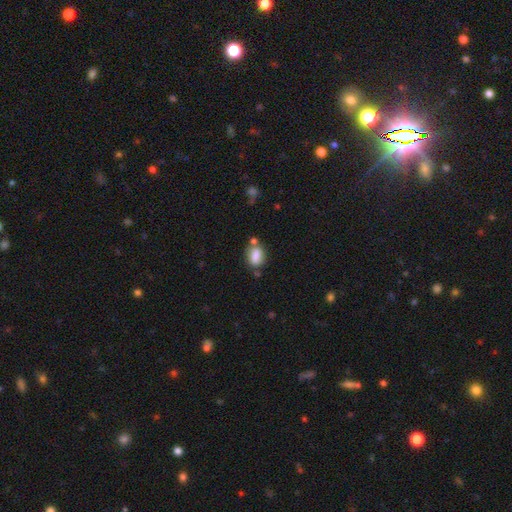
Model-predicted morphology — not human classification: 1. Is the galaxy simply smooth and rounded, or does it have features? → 82% smooth, 10% featured or disk, 8% star or artifact.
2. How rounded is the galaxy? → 75% in between, 22% round, 2% cigar-shaped.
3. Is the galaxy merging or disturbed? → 61% none, 18% minor disturbance, 16% merger, 5% major disturbance.